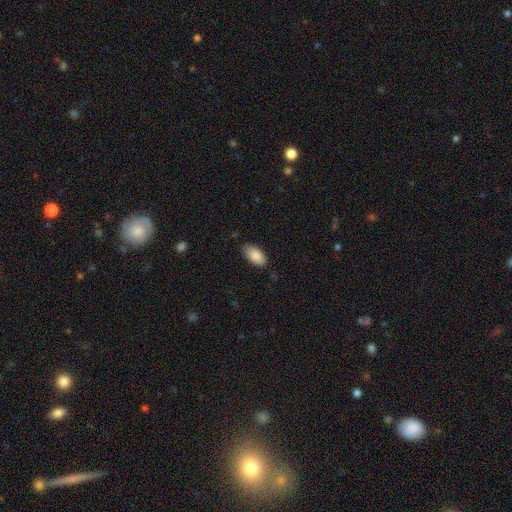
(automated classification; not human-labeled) smooth 87%, star or artifact 7%, featured or disk 6%. Down the decision tree: how rounded — in between (94%); merging — none (78%).